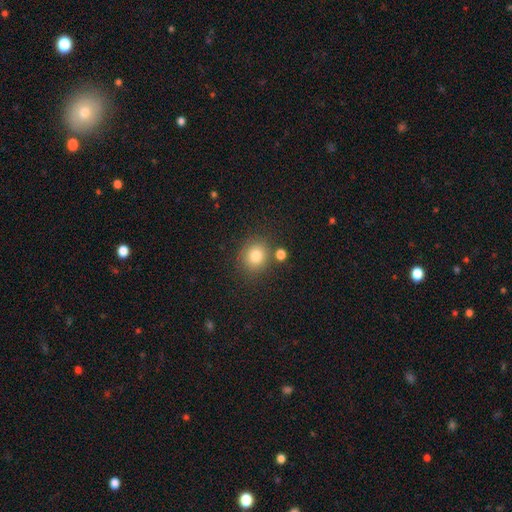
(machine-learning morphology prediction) Smooth or featured?
  - smooth: 81% *
  - star or artifact: 12%
  - featured or disk: 7%
How rounded?
  - round: 78% *
  - in between: 21%
  - cigar-shaped: 1%
Merging?
  - none: 78% *
  - minor disturbance: 10%
  - merger: 9%
  - major disturbance: 3%